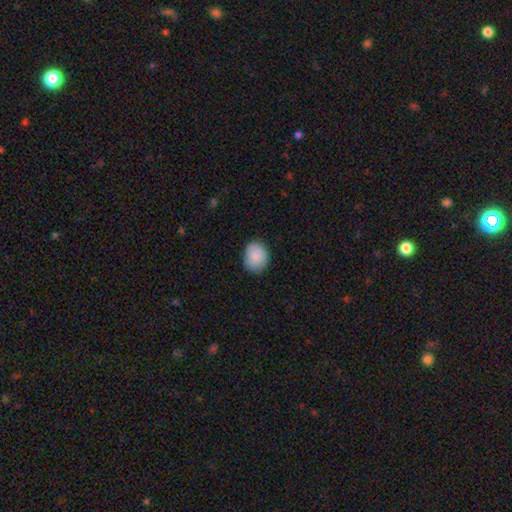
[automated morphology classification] Smooth or featured? smooth (87%)
How rounded? round (63%)
Merging? none (84%)